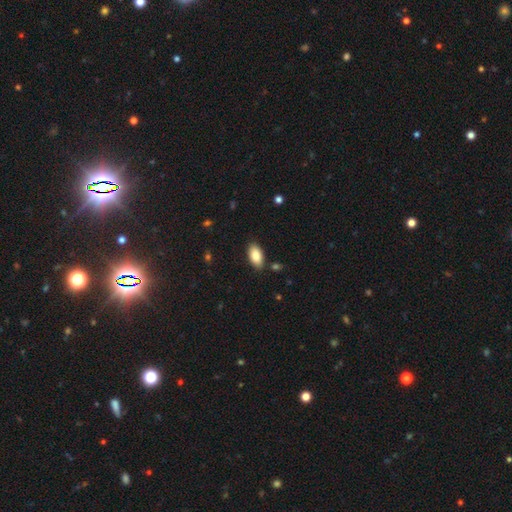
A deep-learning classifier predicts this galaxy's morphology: Q: Smooth or featured?
A: smooth (88%); runner-up: star or artifact (7%)
Q: How rounded?
A: in between (93%); runner-up: cigar-shaped (4%)
Q: Merging?
A: none (85%); runner-up: minor disturbance (11%)